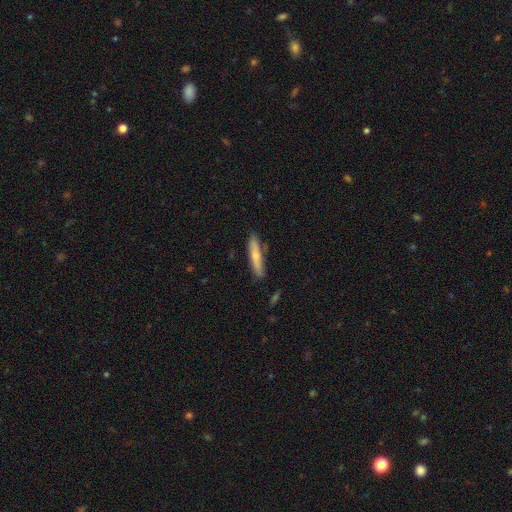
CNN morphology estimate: smooth_or_featured: smooth (p=0.66) [alt: featured or disk p=0.28]
how_rounded: cigar-shaped (p=0.88) [alt: in between p=0.10]
merging: none (p=0.81) [alt: minor disturbance p=0.13]